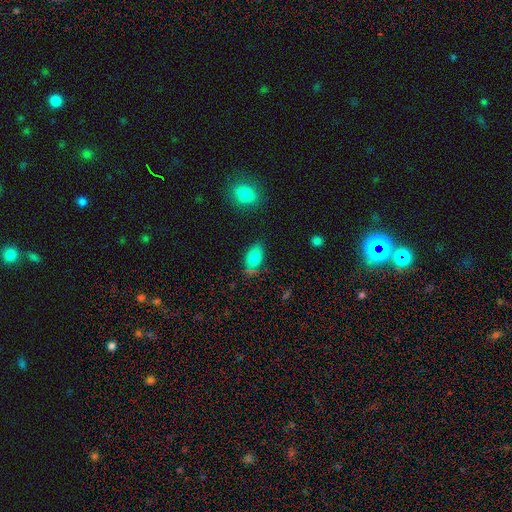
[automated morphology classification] A smooth galaxy with no disk features (81%) that is in between round and cigar-shaped (89%). Merging: none (69%).